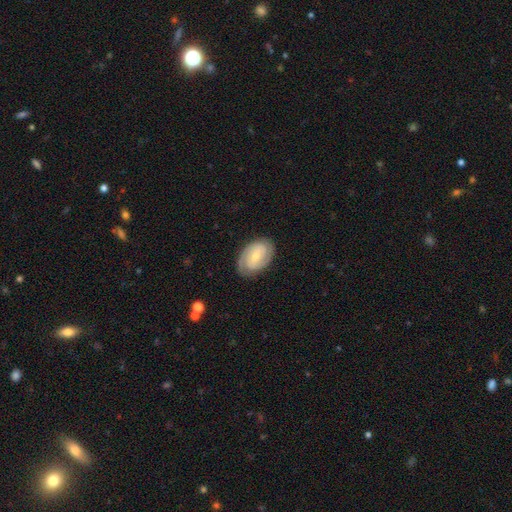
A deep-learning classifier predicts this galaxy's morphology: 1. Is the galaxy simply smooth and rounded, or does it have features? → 76% featured or disk, 19% smooth, 5% star or artifact.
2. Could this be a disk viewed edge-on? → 96% no, 4% yes.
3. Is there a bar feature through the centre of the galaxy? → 45% weak, 38% no, 16% strong.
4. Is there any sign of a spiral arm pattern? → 92% yes, 8% no.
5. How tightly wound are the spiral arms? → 59% tight, 33% medium, 8% loose.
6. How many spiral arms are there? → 74% 2, 14% can't tell, 6% 3, 3% 1, 2% 4, 2% more than 4.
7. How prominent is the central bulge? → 65% small, 31% moderate, 2% none, 1% large, 1% dominant.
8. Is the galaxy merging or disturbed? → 81% none, 14% minor disturbance, 4% major disturbance, 1% merger.